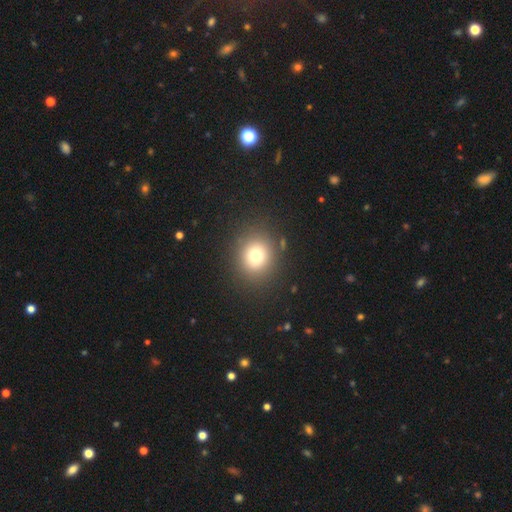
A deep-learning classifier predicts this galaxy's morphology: Smooth or featured? Predicted: smooth (p=0.74). How rounded? Predicted: round (p=0.80). Merging? Predicted: none (p=0.86).